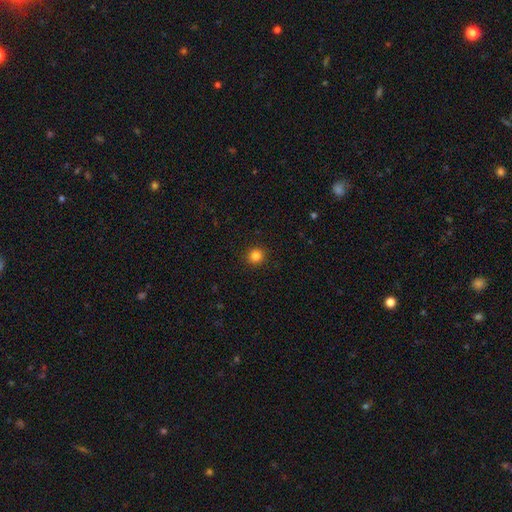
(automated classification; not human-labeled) Morphology: type=smooth (83%); roundness=round (93%); merging=none (92%).